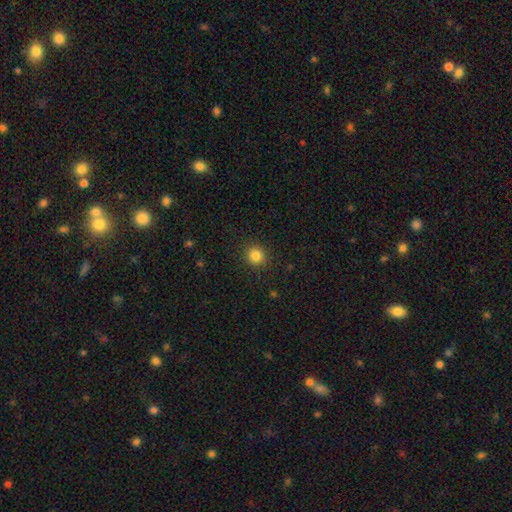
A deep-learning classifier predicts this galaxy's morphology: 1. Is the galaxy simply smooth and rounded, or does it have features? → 84% smooth, 12% star or artifact, 4% featured or disk.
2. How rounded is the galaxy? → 91% round, 8% in between, 1% cigar-shaped.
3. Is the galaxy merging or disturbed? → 91% none, 6% minor disturbance, 2% major disturbance, 1% merger.